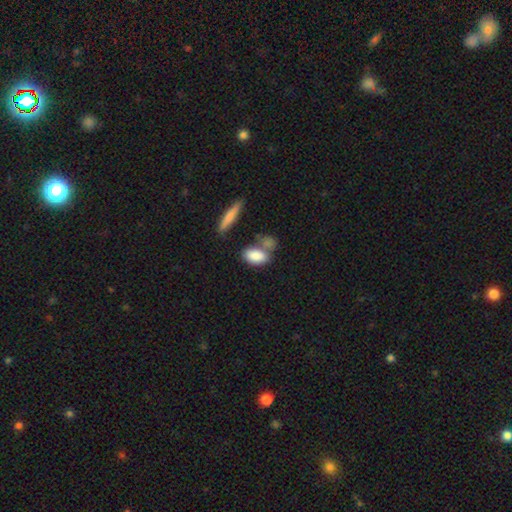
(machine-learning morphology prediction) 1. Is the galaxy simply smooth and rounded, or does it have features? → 83% smooth, 10% featured or disk, 7% star or artifact.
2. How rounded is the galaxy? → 87% in between, 7% cigar-shaped, 6% round.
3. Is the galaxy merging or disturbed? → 46% none, 30% merger, 16% minor disturbance, 7% major disturbance.